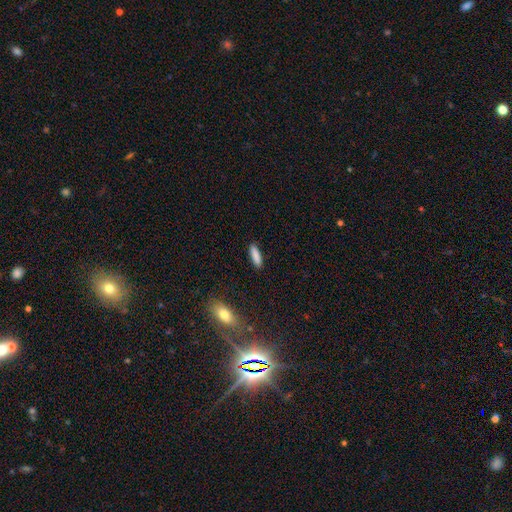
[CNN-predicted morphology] smooth-or-featured: smooth: 87% | star or artifact: 7% | featured or disk: 6%
  how-rounded: cigar-shaped: 64% | in between: 35% | round: 2%
  merging: none: 88% | minor disturbance: 8% | major disturbance: 2% | merger: 2%